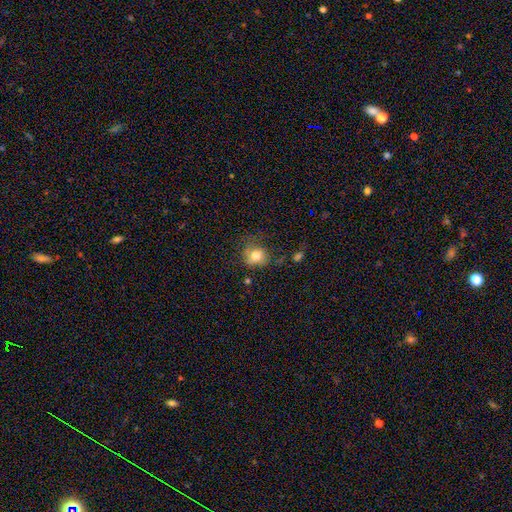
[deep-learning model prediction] smooth-or-featured: smooth: 74% | featured or disk: 16% | star or artifact: 11%
  how-rounded: round: 67% | in between: 32% | cigar-shaped: 1%
  merging: none: 46% | minor disturbance: 27% | major disturbance: 22% | merger: 5%